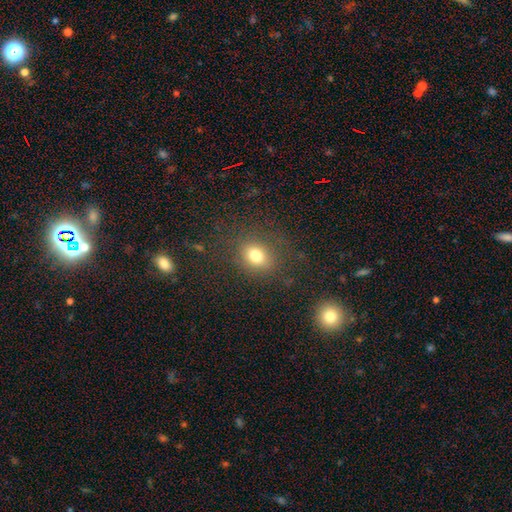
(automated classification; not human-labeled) The model was most divided on "how rounded": round: 61%, in between: 38%, cigar-shaped: 1%. More confident: merging — none (80%); smooth or featured — smooth (76%).